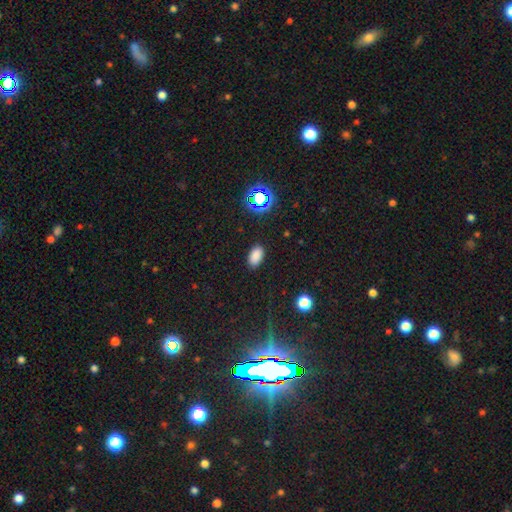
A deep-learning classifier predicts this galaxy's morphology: Smooth or featured?
  - smooth: 81% *
  - star or artifact: 15%
  - featured or disk: 4%
How rounded?
  - in between: 93% *
  - round: 5%
  - cigar-shaped: 2%
Merging?
  - none: 87% *
  - minor disturbance: 9%
  - major disturbance: 3%
  - merger: 1%